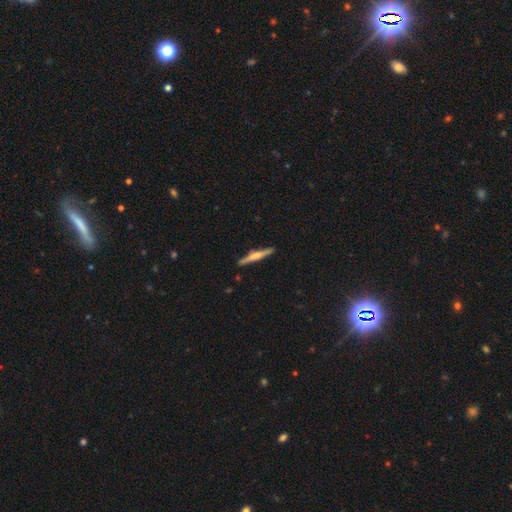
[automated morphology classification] This appears to be a featured or disk galaxy (59%) viewed edge-on (97%) with a rounded central bulge (66%). Merging: none (88%).